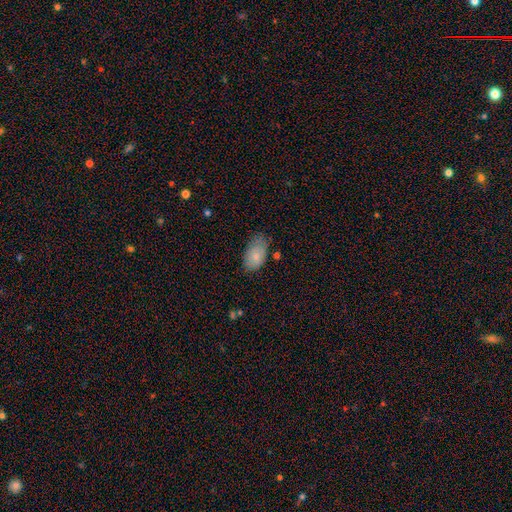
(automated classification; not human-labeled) Smooth or featured? smooth (78%)
How rounded? in between (93%)
Merging? none (55%)